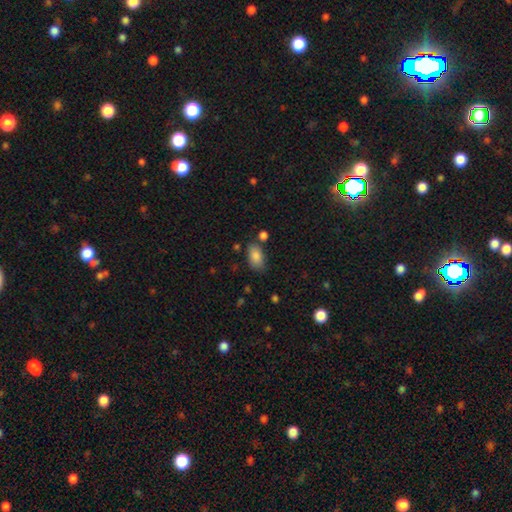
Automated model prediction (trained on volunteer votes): Smooth or featured? smooth (85%)
How rounded? in between (91%)
Merging? none (73%)